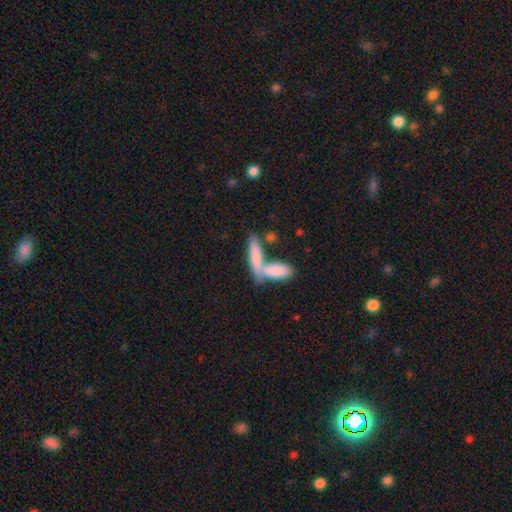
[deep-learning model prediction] This is likely a smooth galaxy (78%). How rounded: possibly cigar-shaped (58%). Merging: possibly merger (54%).